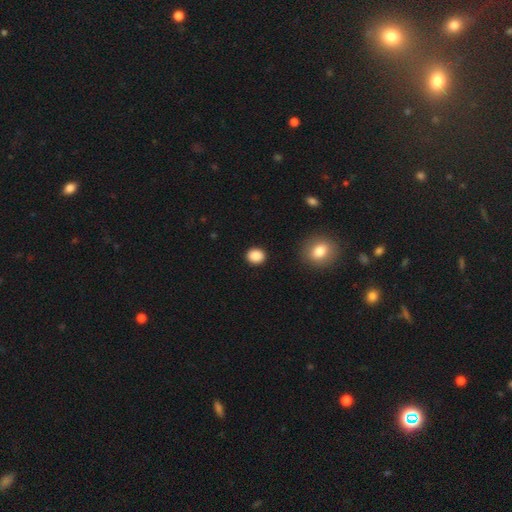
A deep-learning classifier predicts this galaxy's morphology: Smooth or featured? Predicted: smooth (p=0.87). How rounded? Predicted: round (p=0.66). Merging? Predicted: none (p=0.90).